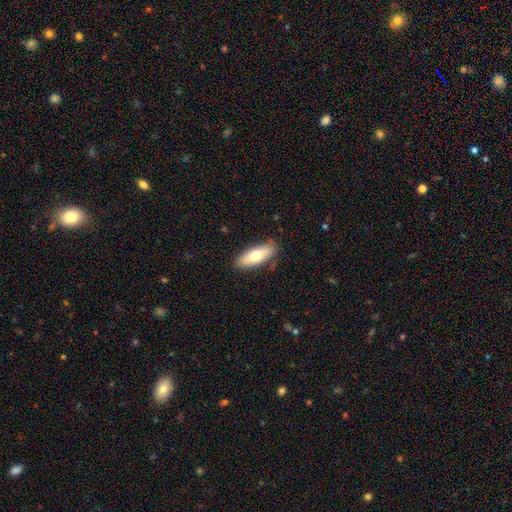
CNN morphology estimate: Smooth or featured: smooth — 68% (featured or disk — 25%)
How rounded: in between — 71% (cigar-shaped — 27%)
Merging: none — 85% (minor disturbance — 11%)